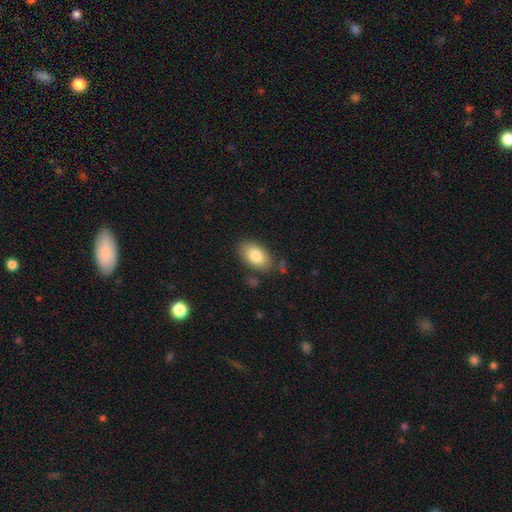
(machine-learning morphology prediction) This appears to be a smooth galaxy with no disk features (82%) that is in between round and cigar-shaped (93%). Merging: none (80%).